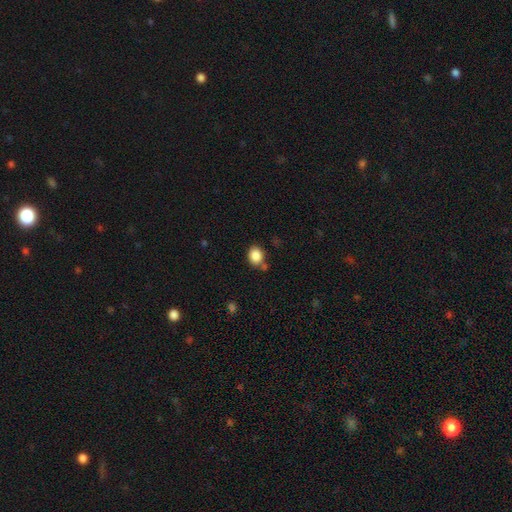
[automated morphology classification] Smooth or featured?
  - smooth: 87% *
  - star or artifact: 9%
  - featured or disk: 4%
How rounded?
  - round: 54% *
  - in between: 45%
  - cigar-shaped: 1%
Merging?
  - none: 73% *
  - minor disturbance: 13%
  - merger: 10%
  - major disturbance: 4%